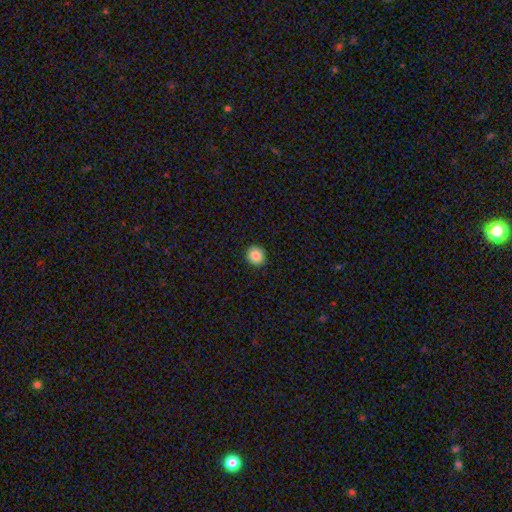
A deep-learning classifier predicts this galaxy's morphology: type=smooth (87%); roundness=round (87%); merging=none (92%).